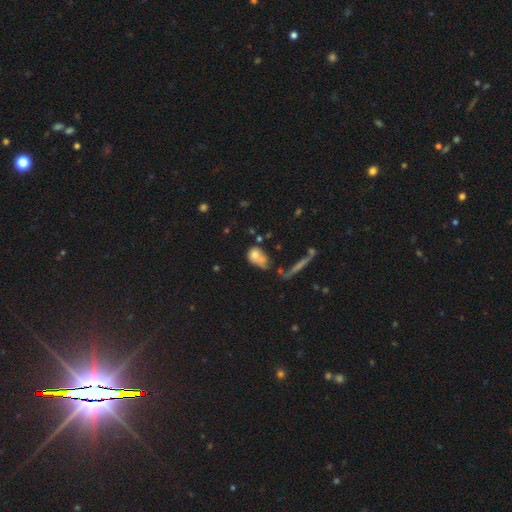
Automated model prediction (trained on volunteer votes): Smooth or featured? Predicted: smooth (p=0.64). How rounded? Predicted: in between (p=0.66). Merging? Predicted: major disturbance (p=0.34).